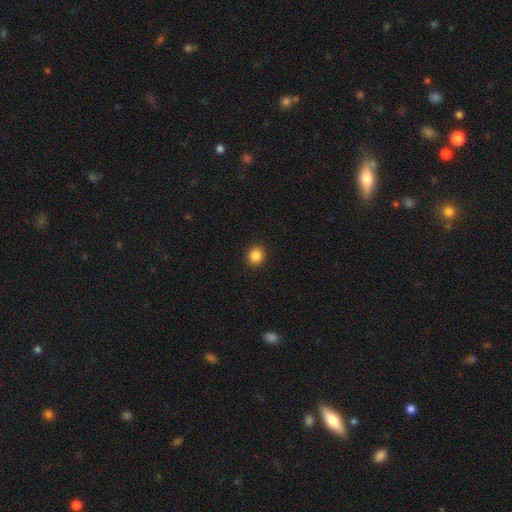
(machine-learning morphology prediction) The model was most divided on "smooth or featured": smooth: 86%, star or artifact: 11%, featured or disk: 3%. More confident: merging — none (92%); how rounded — round (88%).